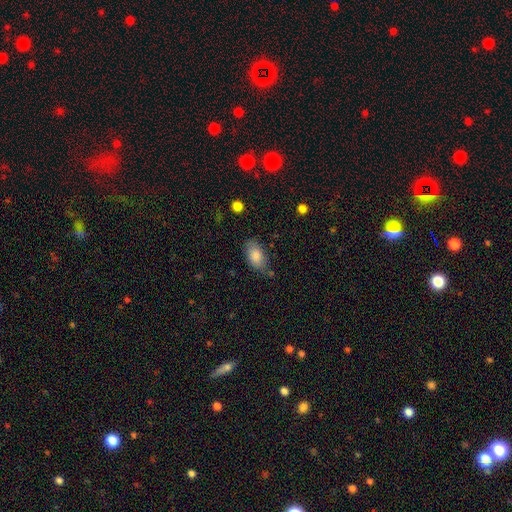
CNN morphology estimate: Smooth or featured: smooth — 84% (featured or disk — 9%)
How rounded: in between — 93% (round — 5%)
Merging: none — 73% (minor disturbance — 19%)